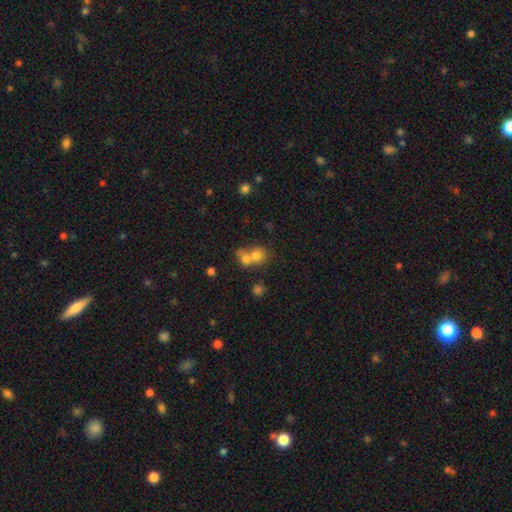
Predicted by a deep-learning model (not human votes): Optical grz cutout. It shows a smooth galaxy with no disk features (73%) that is round (70%). Merging: merger (61%).